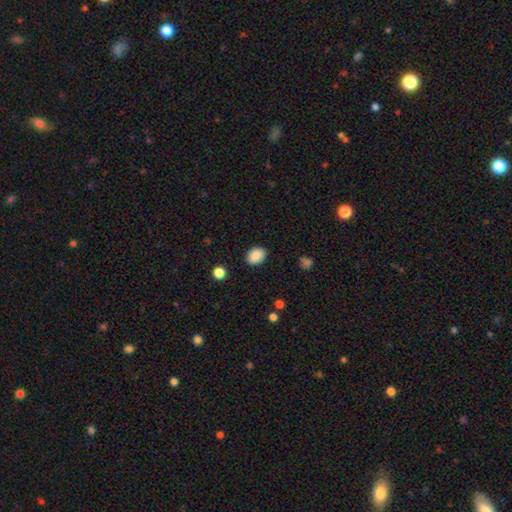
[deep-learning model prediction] A smooth galaxy with no disk features (88%) that is in between round and cigar-shaped (71%). Merging: none (88%).